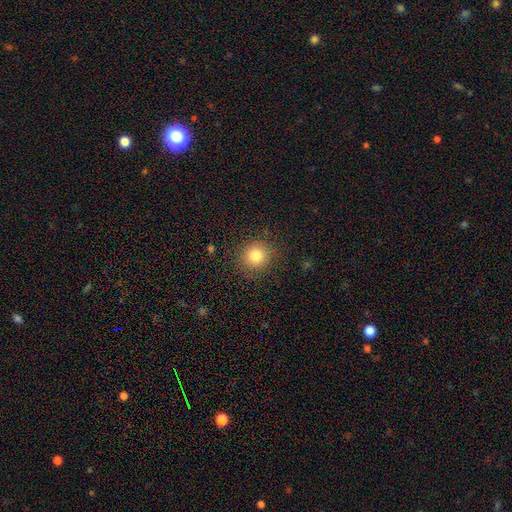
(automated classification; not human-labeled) Smooth or featured? smooth (81%)
How rounded? round (90%)
Merging? none (88%)